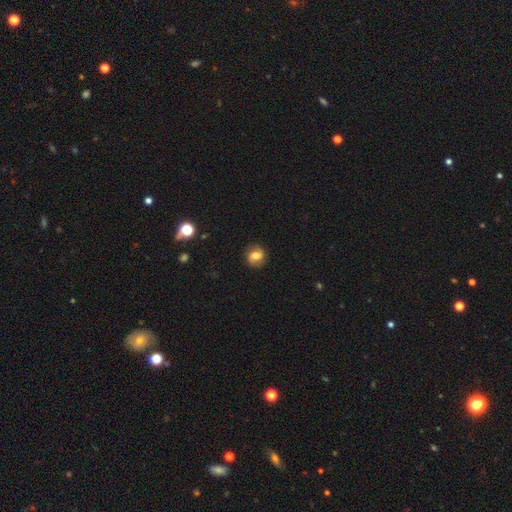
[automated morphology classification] Q: Smooth or featured?
A: smooth (48%); runner-up: featured or disk (42%)
Q: Merging?
A: none (83%); runner-up: minor disturbance (12%)